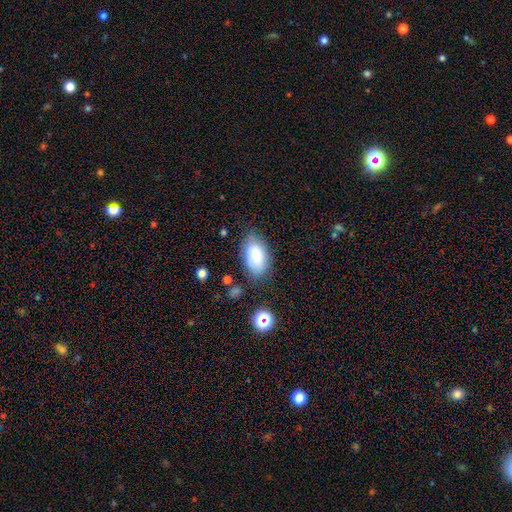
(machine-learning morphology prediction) Smooth or featured: smooth — 82% (featured or disk — 11%)
How rounded: in between — 94% (round — 4%)
Merging: none — 75% (minor disturbance — 17%)